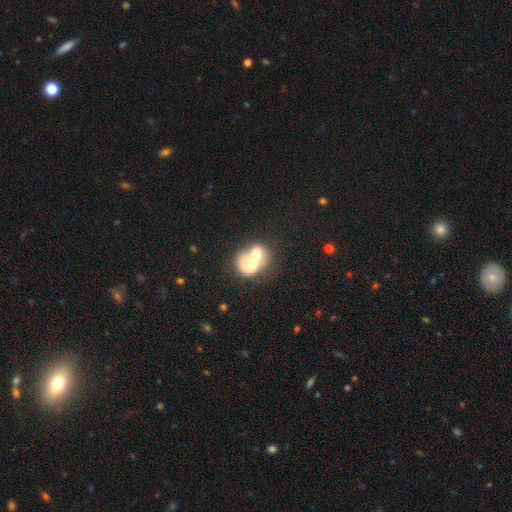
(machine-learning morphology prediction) This is possibly a smooth galaxy (47%). Merging: likely merger (75%).